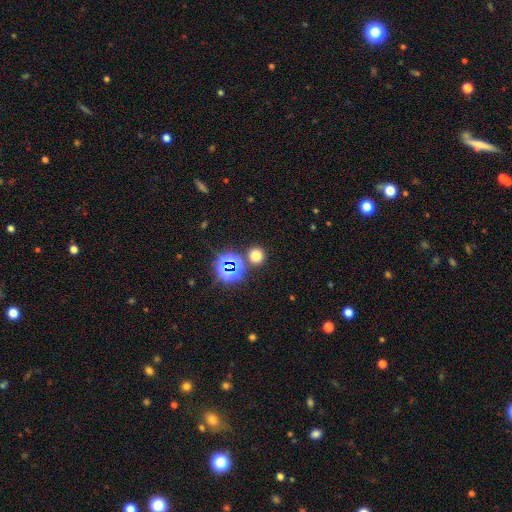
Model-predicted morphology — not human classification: A smooth galaxy with no disk features (68%) that is round (91%). Merging: none (84%).